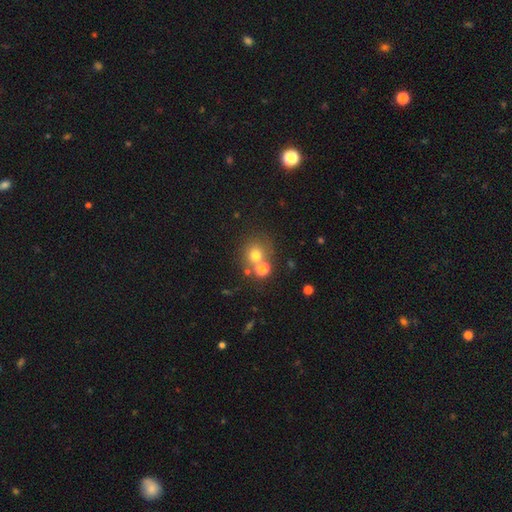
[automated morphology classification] A smooth galaxy with no disk features (70%) that is round (85%).

Vote fractions:
- Smooth or featured? smooth: 70% / star or artifact: 17% / featured or disk: 13%
- How rounded? round: 85% / in between: 14% / cigar-shaped: 1%
- Merging? none: 57% / merger: 31% / minor disturbance: 8% / major disturbance: 4%